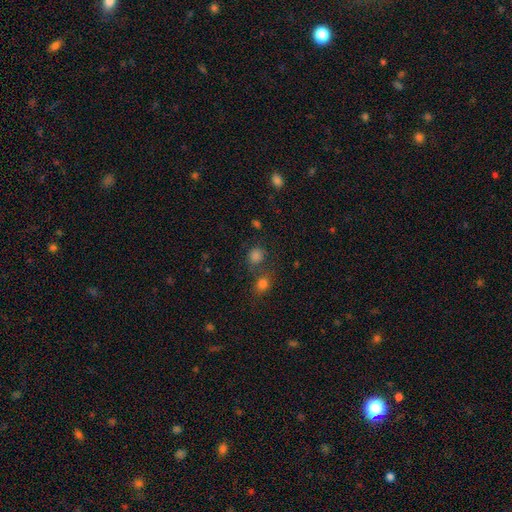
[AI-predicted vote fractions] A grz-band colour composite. It shows a smooth galaxy with no disk features (77%) that is round (79%). Merging: none (60%).